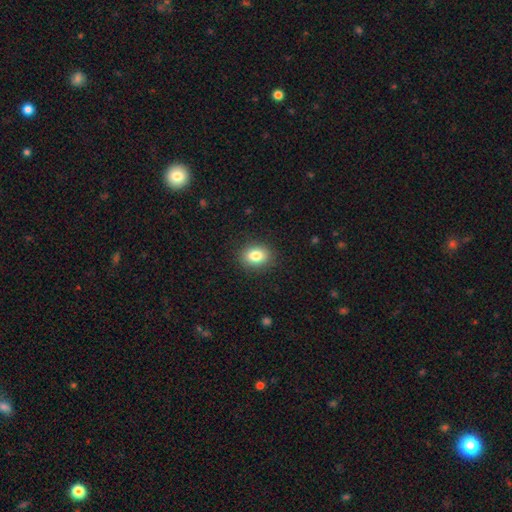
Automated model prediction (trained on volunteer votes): Q: Smooth or featured?
A: smooth (83%); runner-up: star or artifact (9%)
Q: How rounded?
A: in between (59%); runner-up: round (40%)
Q: Merging?
A: none (88%); runner-up: minor disturbance (8%)